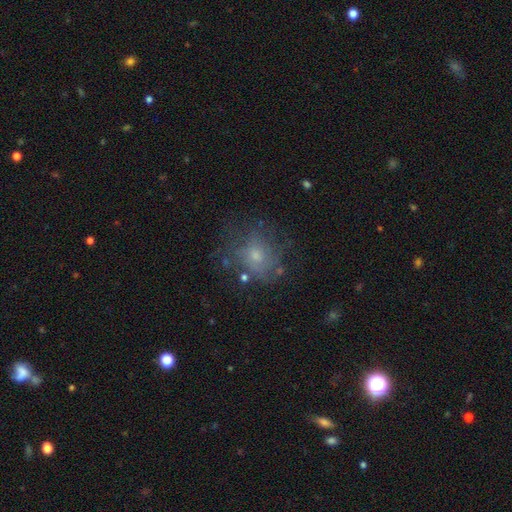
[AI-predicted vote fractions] Smooth or featured?
  - smooth: 49% *
  - featured or disk: 34%
  - star or artifact: 16%
Merging?
  - none: 59% *
  - minor disturbance: 21%
  - major disturbance: 17%
  - merger: 3%